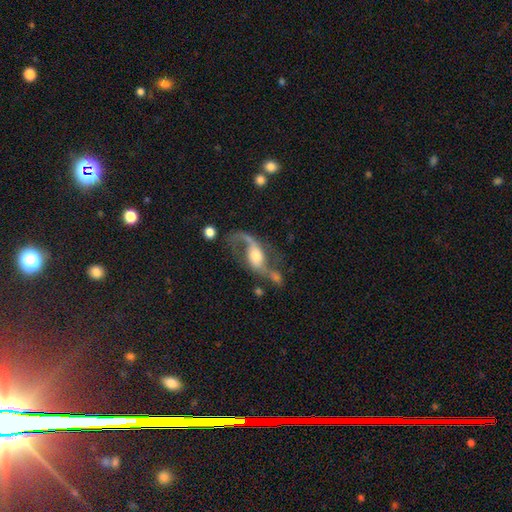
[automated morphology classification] Q: Smooth or featured?
A: featured or disk (83%); runner-up: smooth (11%)
Q: Edge-on disk?
A: no (93%); runner-up: yes (7%)
Q: Bar?
A: no (40%); runner-up: weak (36%)
Q: Spiral arms?
A: yes (92%); runner-up: no (8%)
Q: Spiral winding?
A: loose (78%); runner-up: medium (18%)
Q: Spiral arm count?
A: 2 (81%); runner-up: 1 (14%)
Q: Bulge size?
A: moderate (58%); runner-up: large (19%)
Q: Merging?
A: none (46%); runner-up: major disturbance (23%)